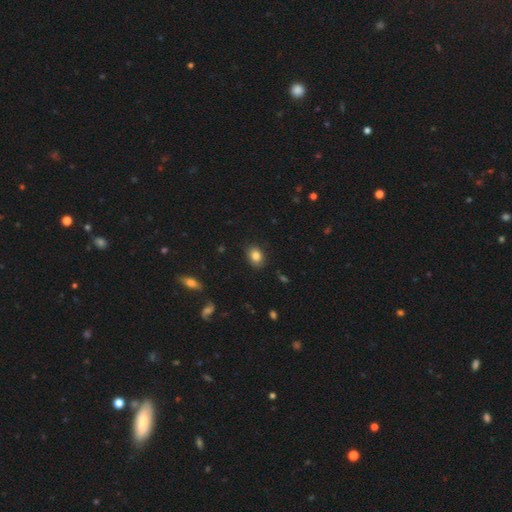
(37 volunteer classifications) This appears to be a smooth galaxy with no disk features (84%) that is in between round and cigar-shaped (68%). Merging: none (85%).